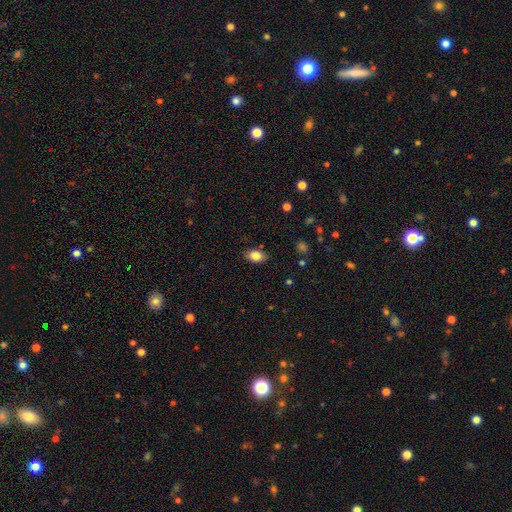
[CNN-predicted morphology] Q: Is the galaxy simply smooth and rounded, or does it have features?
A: smooth — 84%.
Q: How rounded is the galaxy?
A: in between — 85%.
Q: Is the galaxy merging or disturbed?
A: none — 85%.